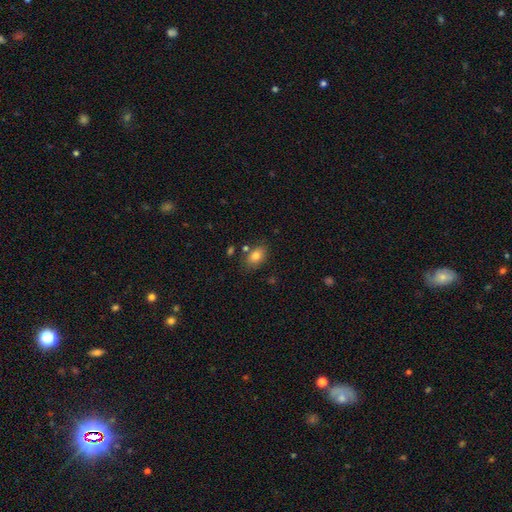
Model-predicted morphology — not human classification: Smooth or featured: smooth — 81% (featured or disk — 10%)
How rounded: in between — 81% (round — 18%)
Merging: none — 75% (minor disturbance — 14%)